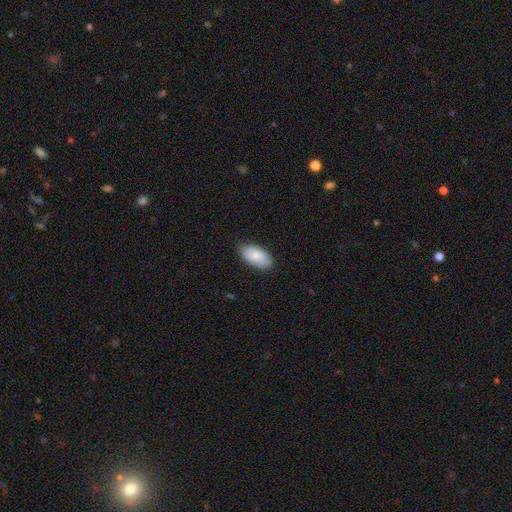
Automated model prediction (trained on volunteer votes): Smooth or featured: smooth — 82% (featured or disk — 12%)
How rounded: in between — 94% (cigar-shaped — 3%)
Merging: none — 87% (minor disturbance — 11%)